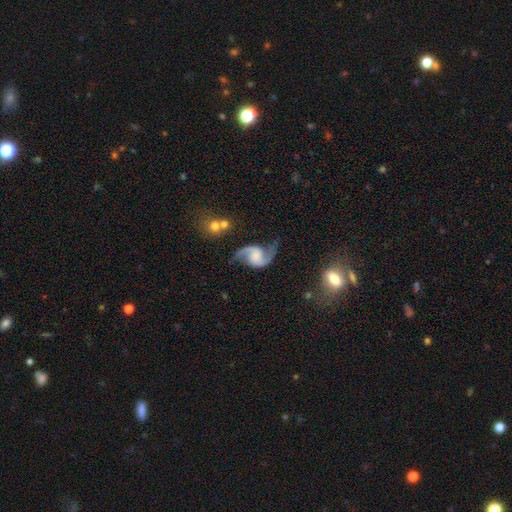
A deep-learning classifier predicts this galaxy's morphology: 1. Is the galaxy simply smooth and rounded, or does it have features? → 90% featured or disk, 5% smooth, 5% star or artifact.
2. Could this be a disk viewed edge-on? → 98% no, 2% yes.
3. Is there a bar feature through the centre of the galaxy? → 56% no, 33% weak, 11% strong.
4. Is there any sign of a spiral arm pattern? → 97% yes, 3% no.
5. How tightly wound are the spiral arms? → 68% loose, 27% medium, 5% tight.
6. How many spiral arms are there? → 94% 2, 2% 1, 1% can't tell, 1% 3, 1% 4, 1% more than 4.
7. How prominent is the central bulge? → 47% none, 19% large, 15% moderate, 14% small, 5% dominant.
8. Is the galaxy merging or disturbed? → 71% none, 17% minor disturbance, 9% major disturbance, 4% merger.